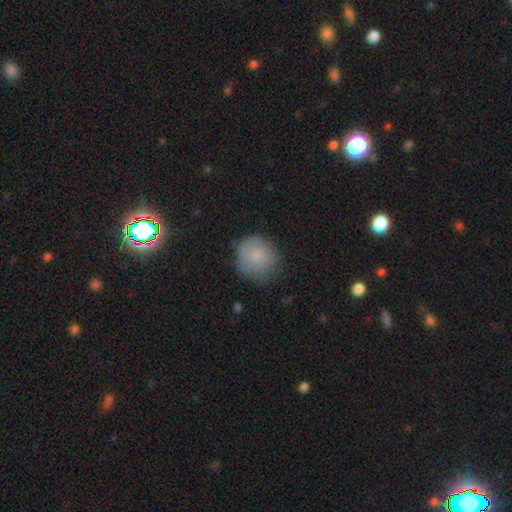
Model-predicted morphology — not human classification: Smooth or featured: smooth — 79% (featured or disk — 13%)
How rounded: round — 89% (in between — 10%)
Merging: none — 72% (minor disturbance — 20%)